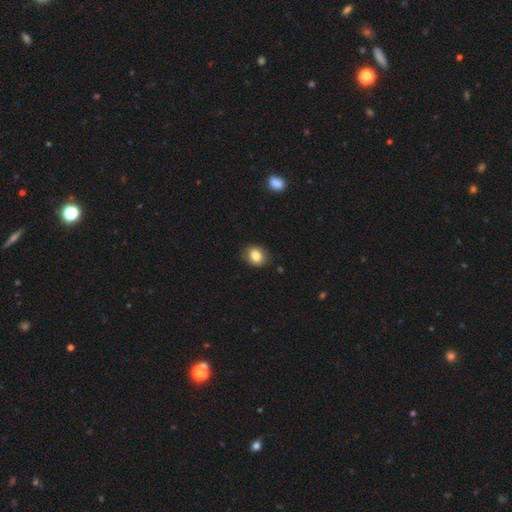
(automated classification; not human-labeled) This appears to be a smooth galaxy with no disk features (85%) that is in between round and cigar-shaped (57%). Merging: none (83%).